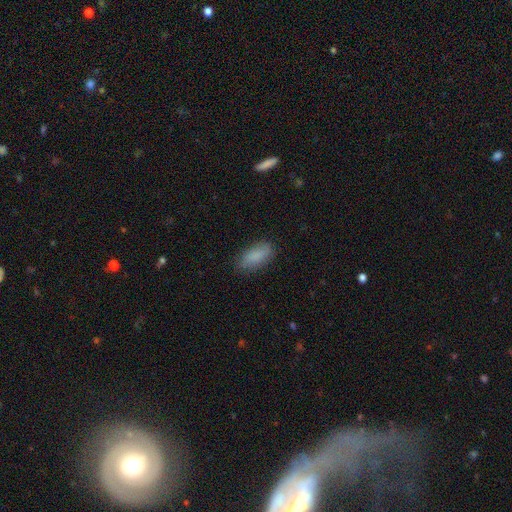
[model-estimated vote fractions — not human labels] A smooth galaxy with no disk features (84%) that is in between round and cigar-shaped (83%). Merging: none (81%).